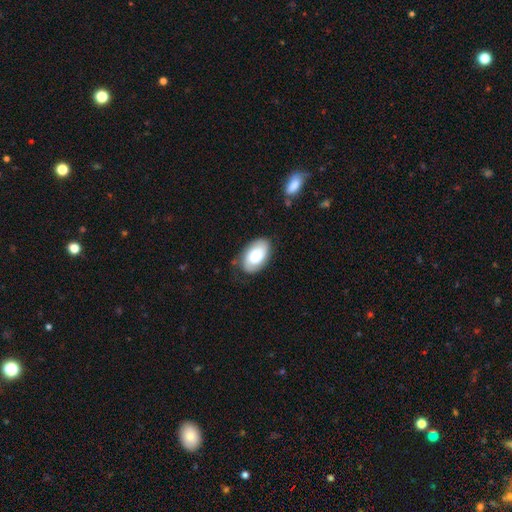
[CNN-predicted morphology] smooth-or-featured: smooth: 59% | featured or disk: 33% | star or artifact: 7%
  how-rounded: in between: 94% | round: 5% | cigar-shaped: 1%
  merging: none: 72% | minor disturbance: 20% | major disturbance: 6% | merger: 2%